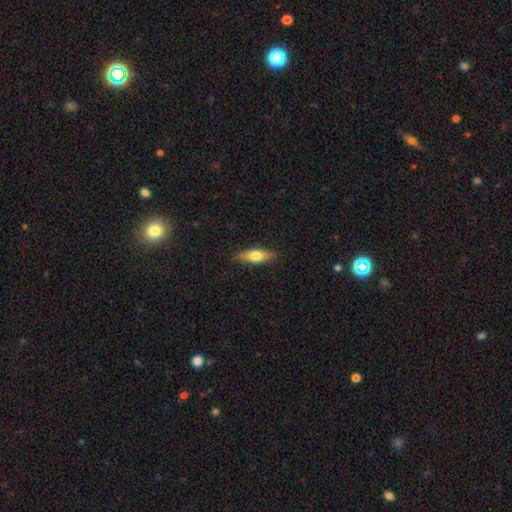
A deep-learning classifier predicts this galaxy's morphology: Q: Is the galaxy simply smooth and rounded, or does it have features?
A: smooth — 67%.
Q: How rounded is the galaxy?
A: in between — 57%.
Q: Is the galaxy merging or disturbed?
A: none — 86%.